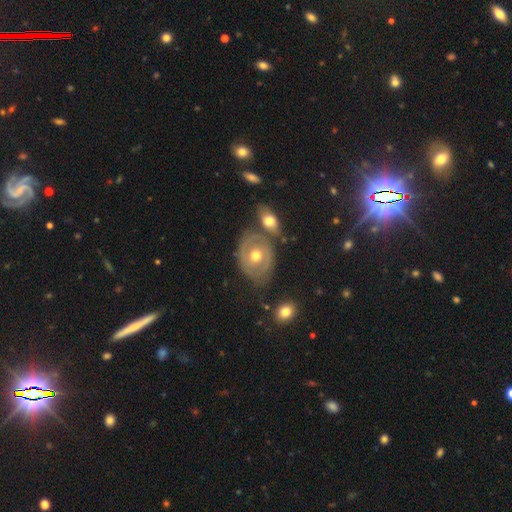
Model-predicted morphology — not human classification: Smooth or featured? Predicted: featured or disk (p=0.67). Edge-on disk? Predicted: no (p=0.95). Bar? Predicted: no (p=0.83). Spiral arms? Predicted: yes (p=0.55). Bulge size? Predicted: moderate (p=0.79). Merging? Predicted: none (p=0.58).